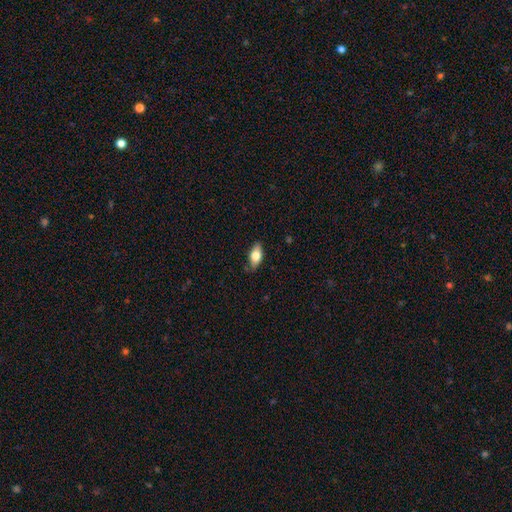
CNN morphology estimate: A smooth galaxy with no disk features (71%) that is in between round and cigar-shaped (86%). Merging: none (80%).